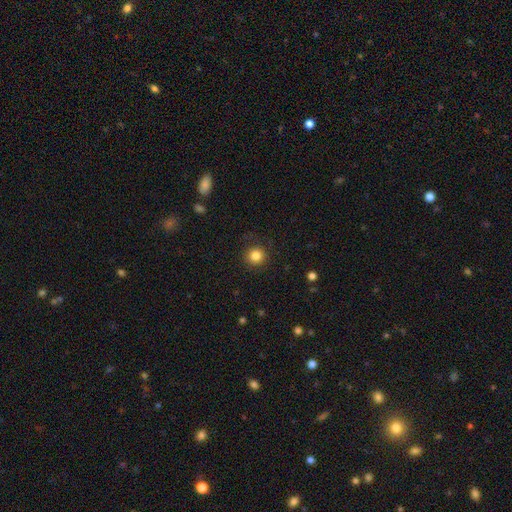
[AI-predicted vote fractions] smooth-or-featured: smooth: 84% | star or artifact: 11% | featured or disk: 5%
  how-rounded: round: 94% | in between: 5% | cigar-shaped: 1%
  merging: none: 88% | minor disturbance: 8% | major disturbance: 3% | merger: 1%